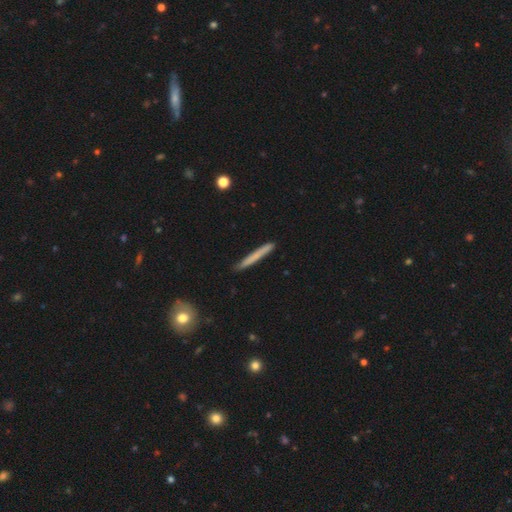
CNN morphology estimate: Overall: smooth (65%; featured or disk 29%). How rounded: cigar-shaped (97%). Merging: none (90%).